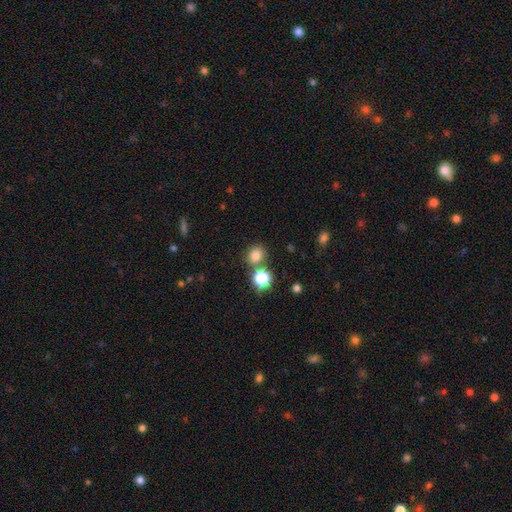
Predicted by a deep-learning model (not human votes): Smooth or featured: smooth — 78% (star or artifact — 17%)
How rounded: round — 64% (in between — 35%)
Merging: none — 73% (merger — 15%)